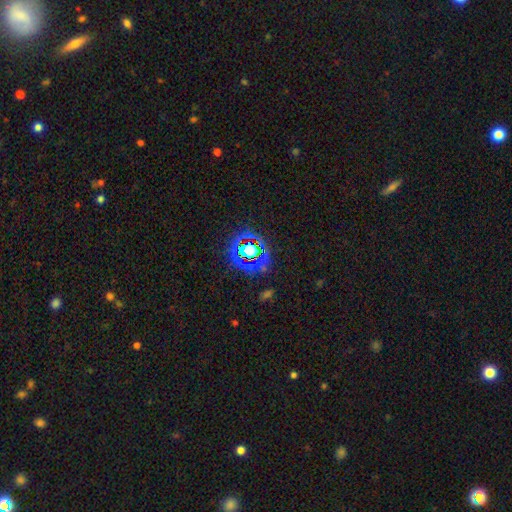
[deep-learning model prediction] smooth-or-featured: star or artifact: 77% | smooth: 13% | featured or disk: 10%